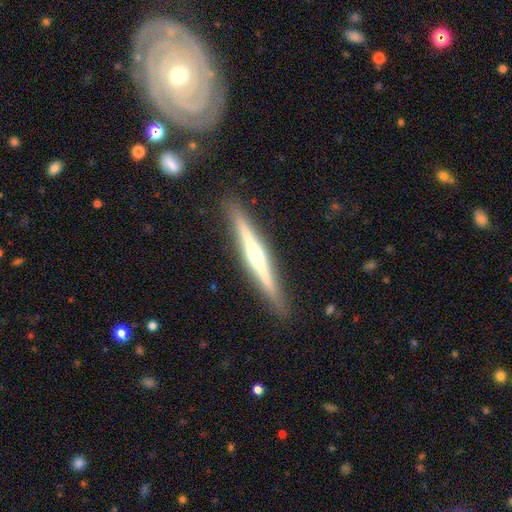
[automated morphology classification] A featured or disk galaxy (78%) viewed edge-on (98%) with a rounded central bulge (87%).

Vote fractions:
- Smooth or featured? featured or disk: 78% / smooth: 17% / star or artifact: 5%
- Edge-on disk? yes: 98% / no: 2%
- Edge-on bulge? rounded: 87% / none: 9% / boxy: 4%
- Merging? none: 90% / minor disturbance: 7% / major disturbance: 1% / merger: 1%